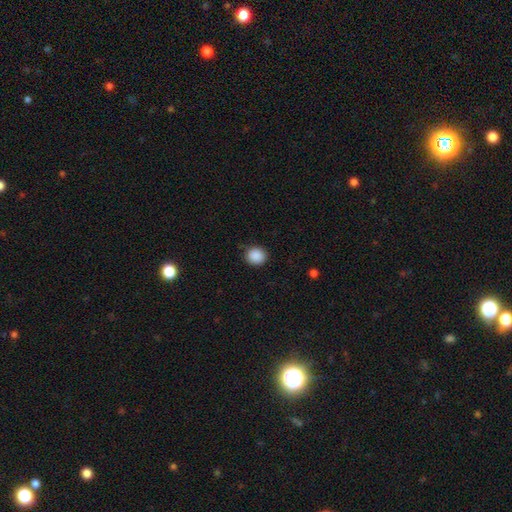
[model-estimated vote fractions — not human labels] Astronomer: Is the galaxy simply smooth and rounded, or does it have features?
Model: smooth — 88%.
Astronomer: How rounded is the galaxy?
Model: round — 82%.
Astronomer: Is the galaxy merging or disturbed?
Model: none — 85%.